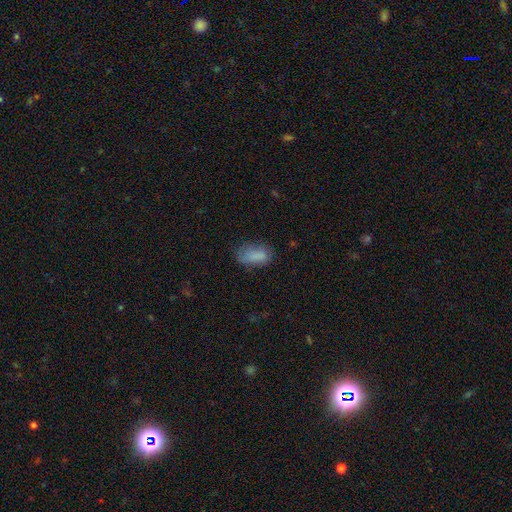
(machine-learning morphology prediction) Smooth or featured?
  - smooth: 82% *
  - featured or disk: 9%
  - star or artifact: 9%
How rounded?
  - in between: 92% *
  - round: 6%
  - cigar-shaped: 3%
Merging?
  - none: 57% *
  - minor disturbance: 29%
  - major disturbance: 12%
  - merger: 2%